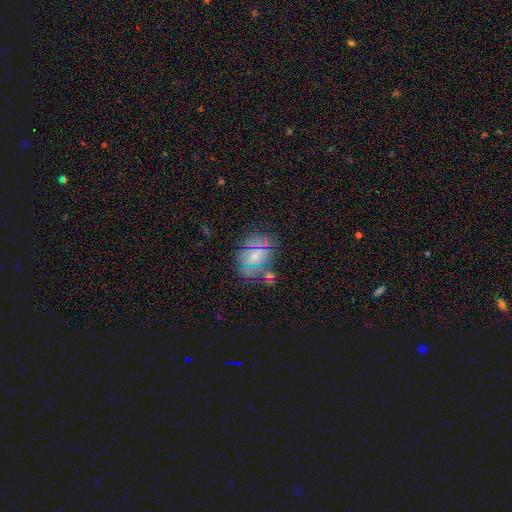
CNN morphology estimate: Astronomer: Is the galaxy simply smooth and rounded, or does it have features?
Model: smooth — 53%.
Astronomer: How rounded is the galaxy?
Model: in between — 73%.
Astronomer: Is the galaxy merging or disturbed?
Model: none — 62%.